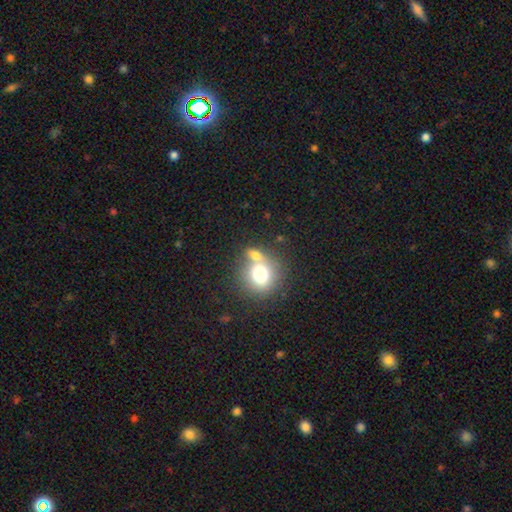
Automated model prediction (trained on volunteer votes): Smooth or featured?
  - smooth: 73% *
  - featured or disk: 16%
  - star or artifact: 10%
How rounded?
  - round: 76% *
  - in between: 23%
  - cigar-shaped: 1%
Merging?
  - none: 45% *
  - merger: 39%
  - minor disturbance: 11%
  - major disturbance: 5%